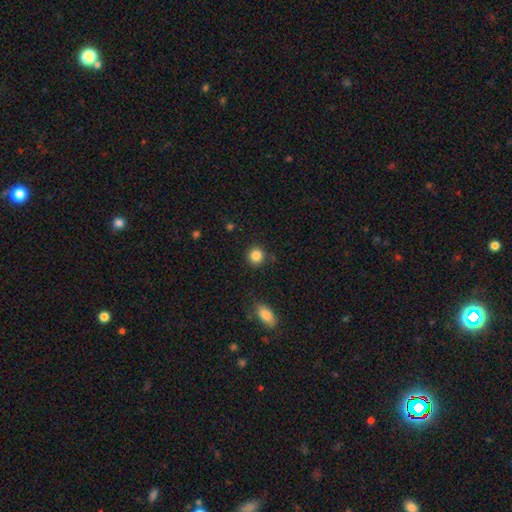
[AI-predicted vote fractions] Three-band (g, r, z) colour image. It shows a smooth galaxy with no disk features (85%) that is round (91%). Merging: none (88%).